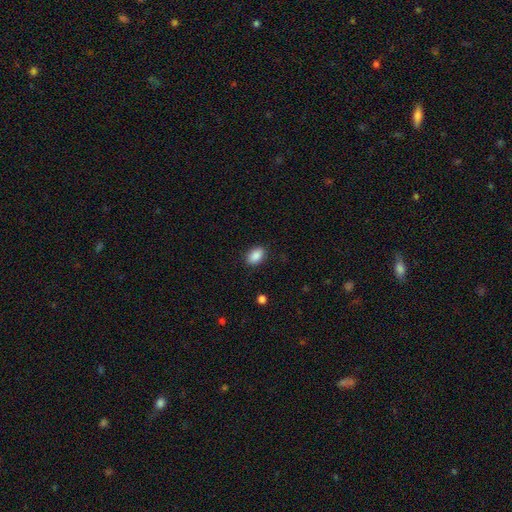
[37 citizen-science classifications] This appears to be a smooth galaxy with no disk features (95%) that is in between round and cigar-shaped (89%). Merging: none (94%).